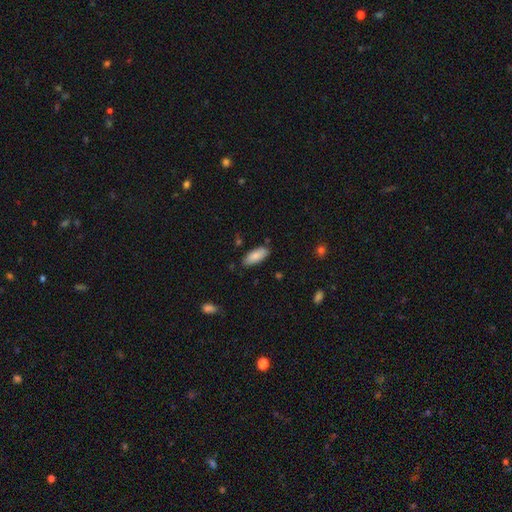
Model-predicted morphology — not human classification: Overall: smooth (85%). How rounded: in between (80%). Merging: none (81%).